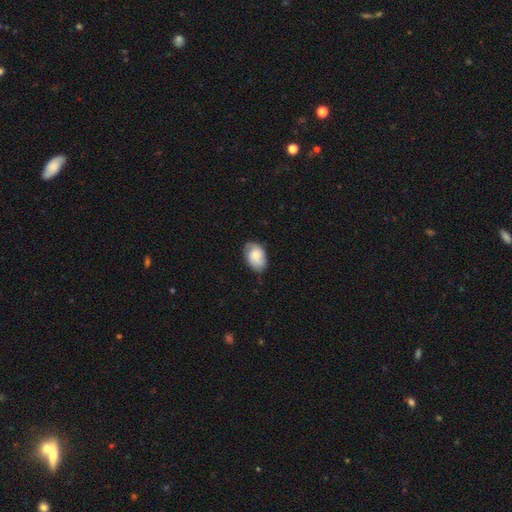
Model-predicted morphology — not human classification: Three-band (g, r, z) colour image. It shows a smooth galaxy with no disk features (60%) that is in between round and cigar-shaped (84%). Merging: none (70%).